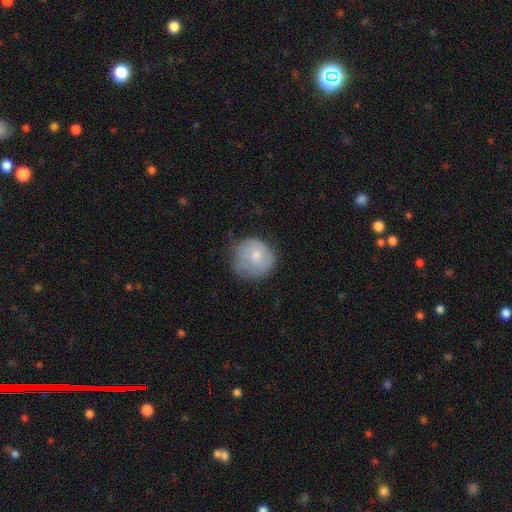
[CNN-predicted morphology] This appears to be a smooth galaxy with no disk features (69%) that is round (86%). Merging: none (54%).